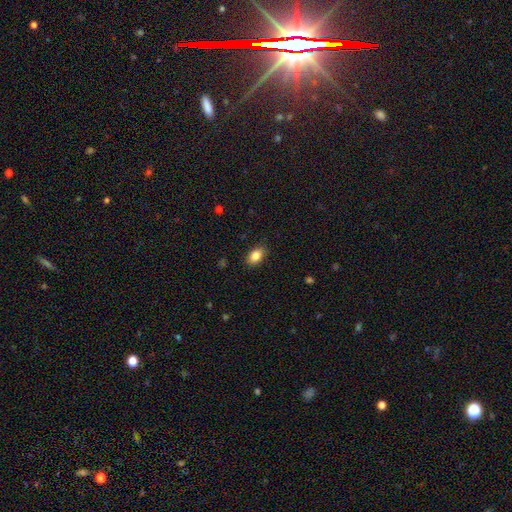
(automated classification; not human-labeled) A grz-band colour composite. It shows a smooth galaxy with no disk features (85%) that is in between round and cigar-shaped (86%). Merging: none (87%).